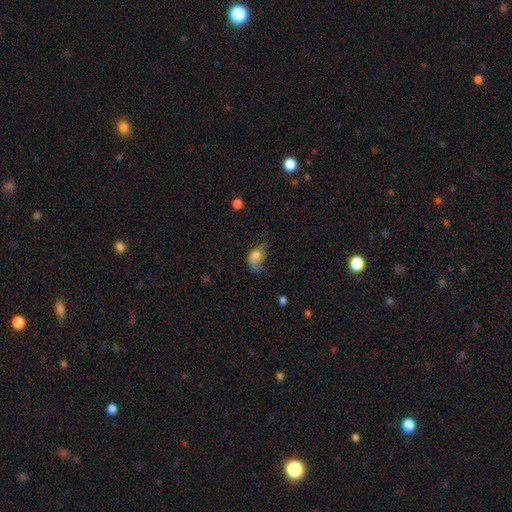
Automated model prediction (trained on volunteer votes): Smooth or featured? Predicted: smooth (p=0.71). How rounded? Predicted: in between (p=0.82). Merging? Predicted: minor disturbance (p=0.36, tied with major disturbance).